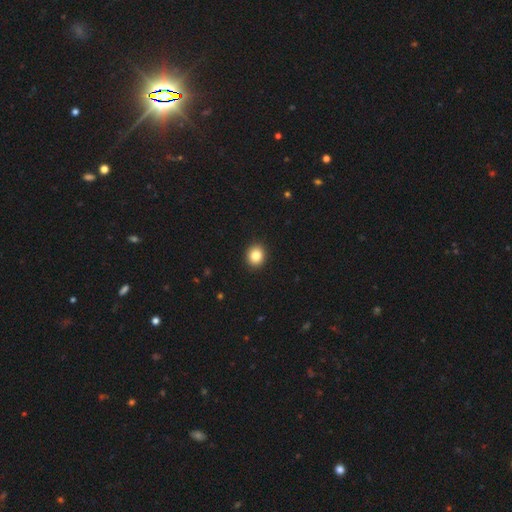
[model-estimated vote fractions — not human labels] A smooth galaxy with no disk features (84%) that is round (74%). Merging: none (92%).